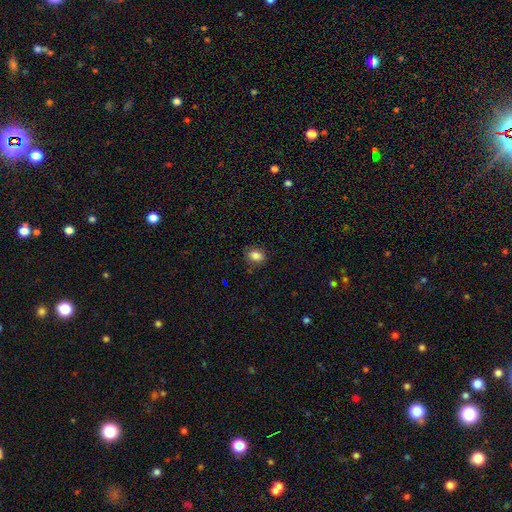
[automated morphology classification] Smooth or featured: smooth — 86% (star or artifact — 10%)
How rounded: in between — 70% (round — 29%)
Merging: none — 83% (minor disturbance — 12%)